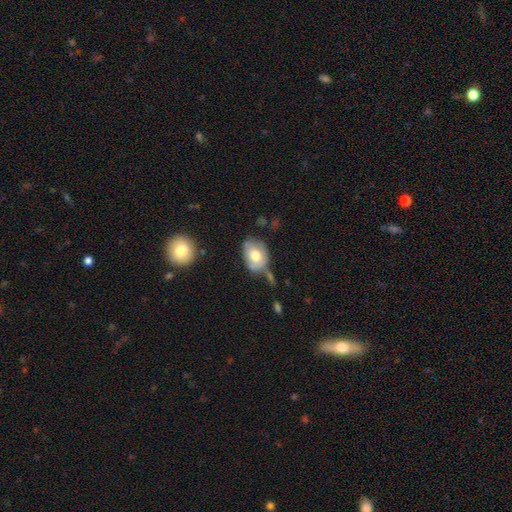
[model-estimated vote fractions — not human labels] smooth 68%, featured or disk 25%, star or artifact 7%. Down the decision tree: how rounded — in between (70%); merging — none (53%).